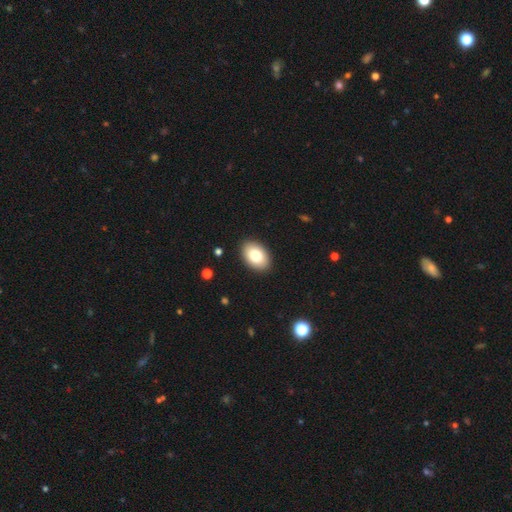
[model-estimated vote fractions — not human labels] This appears to be a smooth galaxy with no disk features (81%) that is in between round and cigar-shaped (87%). Merging: none (90%).